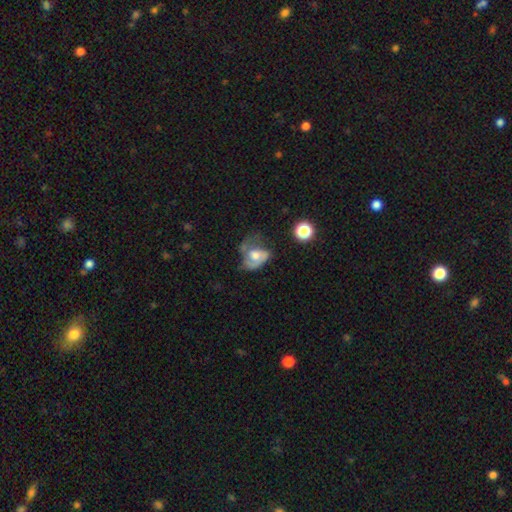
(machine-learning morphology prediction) Smooth or featured: featured or disk — 55% (smooth — 37%)
Edge-on disk: no — 96% (yes — 4%)
Bar: no — 73% (weak — 22%)
Spiral arms: yes — 64% (no — 36%)
Bulge size: moderate — 57% (large — 24%)
Merging: major disturbance — 47% (minor disturbance — 25%)